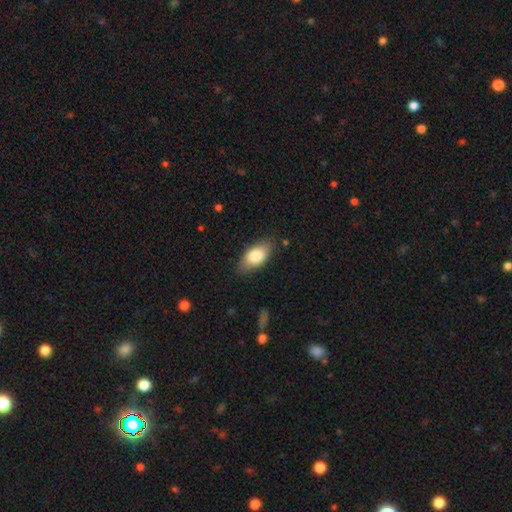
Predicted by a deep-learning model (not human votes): The model was most divided on "smooth or featured": smooth: 79%, featured or disk: 15%, star or artifact: 7%. More confident: how rounded — in between (91%); merging — none (82%).